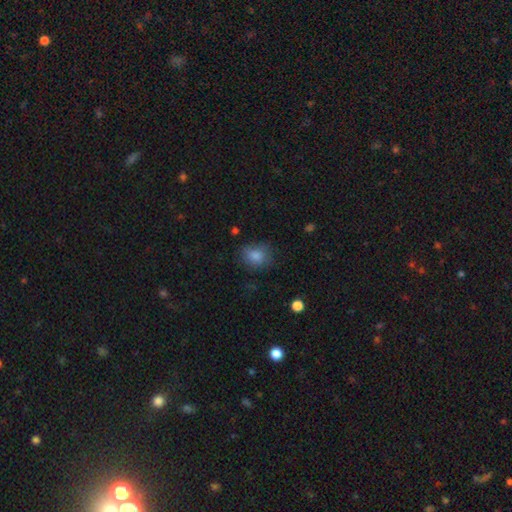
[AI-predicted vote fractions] The model was most divided on "how rounded": round: 60%, in between: 39%, cigar-shaped: 1%. More confident: smooth or featured — smooth (84%); merging — none (72%).